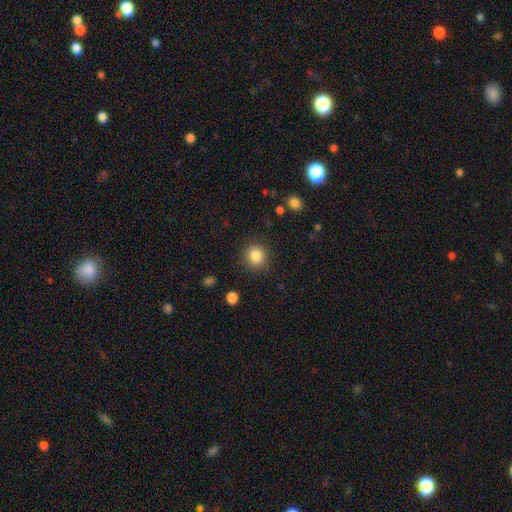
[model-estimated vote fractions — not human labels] Smooth or featured: smooth — 85% (star or artifact — 10%)
How rounded: round — 90% (in between — 9%)
Merging: none — 88% (minor disturbance — 7%)